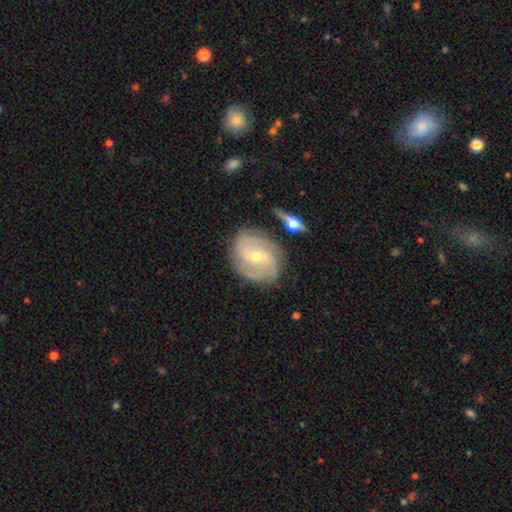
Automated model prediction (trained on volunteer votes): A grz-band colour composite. It shows a featured or disk galaxy (80%) with a weak bar (46%), 2 (48%) tight (47%) spiral arms (93%) and a small central bulge (52%). Merging: none (77%).